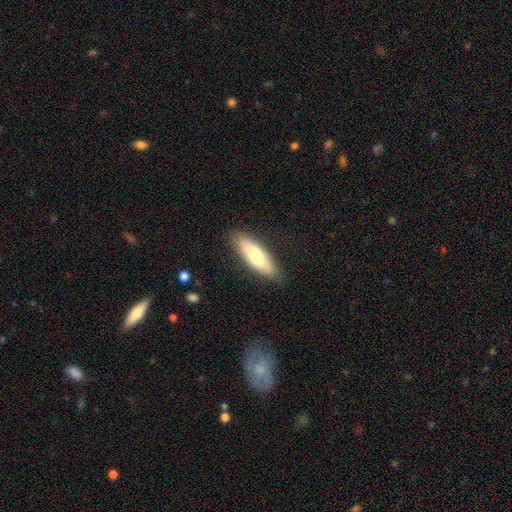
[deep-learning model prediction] Q: Smooth or featured?
A: smooth (66%); runner-up: featured or disk (29%)
Q: How rounded?
A: in between (57%); runner-up: cigar-shaped (41%)
Q: Merging?
A: none (85%); runner-up: minor disturbance (11%)